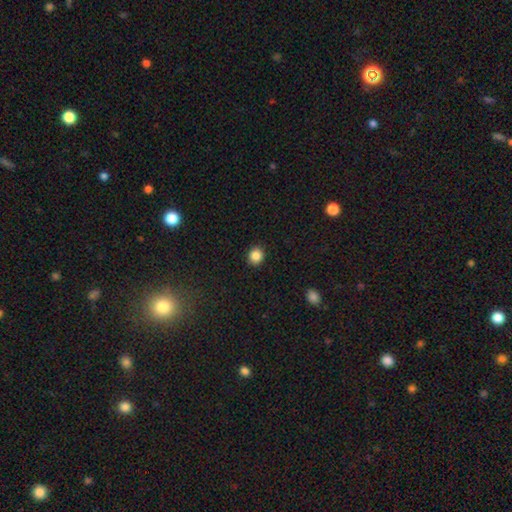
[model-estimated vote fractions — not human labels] smooth-or-featured: smooth: 86% | star or artifact: 10% | featured or disk: 4%
  how-rounded: round: 84% | in between: 15% | cigar-shaped: 1%
  merging: none: 91% | minor disturbance: 6% | major disturbance: 2% | merger: 1%